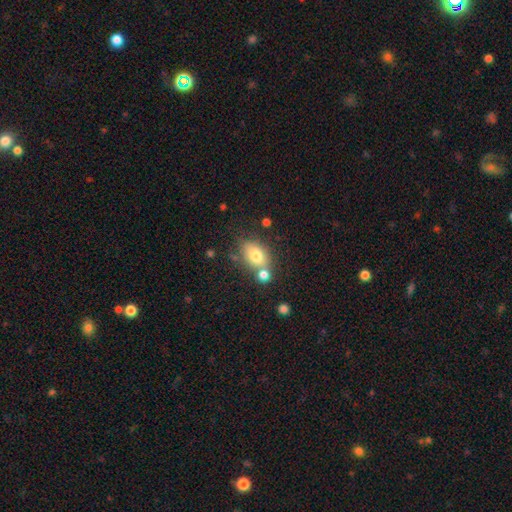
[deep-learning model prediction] Q: Smooth or featured?
A: smooth (75%); runner-up: featured or disk (15%)
Q: How rounded?
A: in between (74%); runner-up: round (25%)
Q: Merging?
A: none (57%); runner-up: merger (24%)